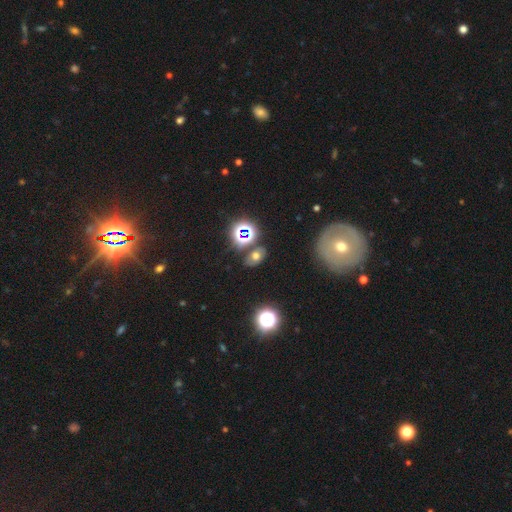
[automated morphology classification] smooth_or_featured: smooth (p=0.54) [alt: star or artifact p=0.29]
how_rounded: in between (p=0.74) [alt: round p=0.24]
merging: none (p=0.74) [alt: minor disturbance p=0.13]